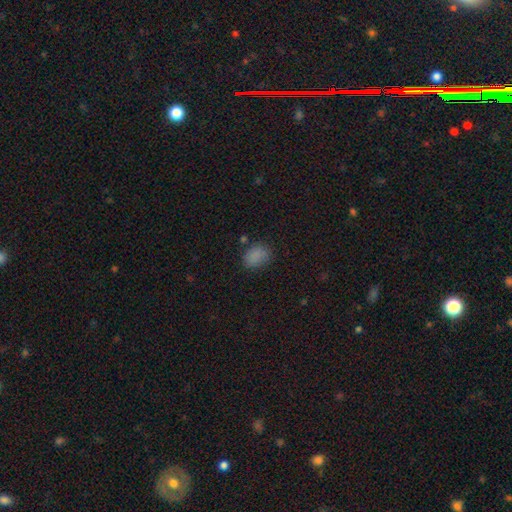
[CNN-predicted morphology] smooth 83%, star or artifact 12%, featured or disk 5%. Down the decision tree: how rounded — in between (70%); merging — none (75%).